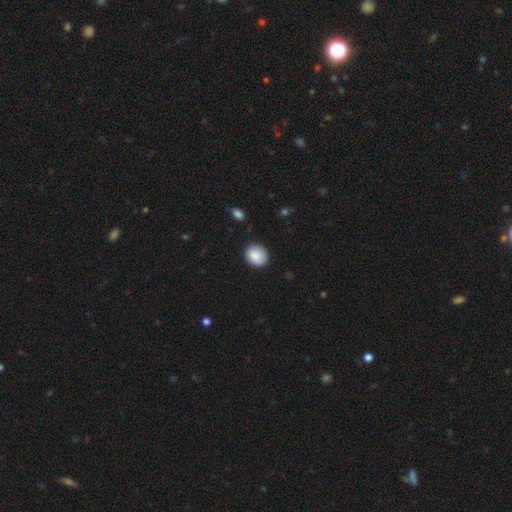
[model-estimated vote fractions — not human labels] Morphology: type=smooth (88%); roundness=round (70%); merging=none (86%).